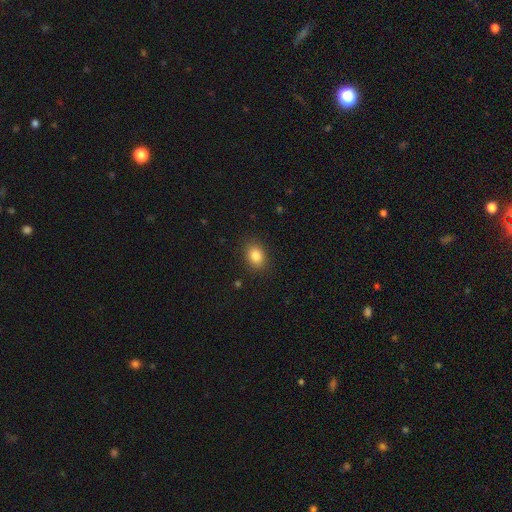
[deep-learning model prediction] This is clearly a smooth galaxy (85%). How rounded: likely in between (68%). Merging: clearly none (87%).